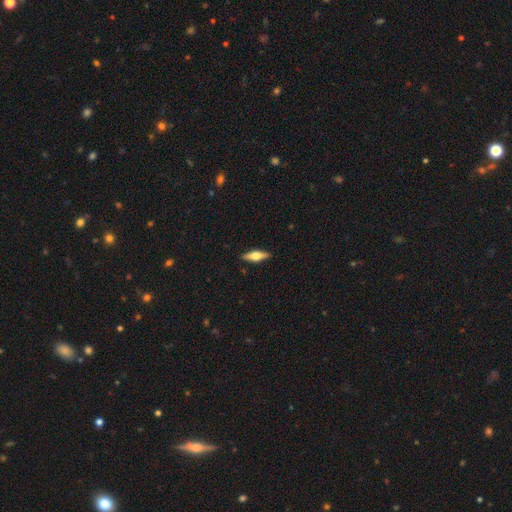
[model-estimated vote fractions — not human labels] smooth-or-featured: featured or disk: 54% | smooth: 40% | star or artifact: 6%
  disk-edge-on: yes: 94% | no: 6%
    edge-on-bulge: rounded: 94% | boxy: 4% | none: 2%
  merging: none: 90% | minor disturbance: 7% | major disturbance: 2% | merger: 1%